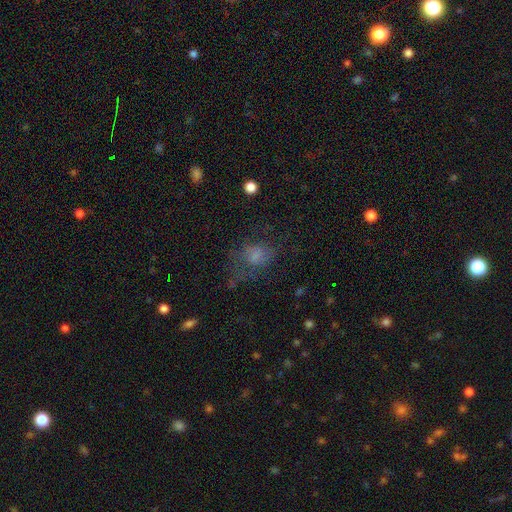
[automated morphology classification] smooth_or_featured: smooth (p=0.56) [alt: featured or disk p=0.28]
how_rounded: in between (p=0.61) [alt: round p=0.37]
merging: none (p=0.40) [alt: major disturbance p=0.35]